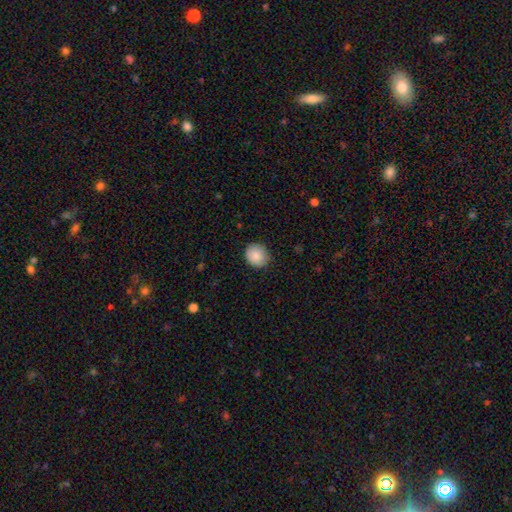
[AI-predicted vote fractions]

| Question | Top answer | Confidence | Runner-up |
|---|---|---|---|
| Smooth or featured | smooth | 88% | star or artifact (8%) |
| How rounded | round | 80% | in between (20%) |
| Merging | none | 85% | minor disturbance (11%) |